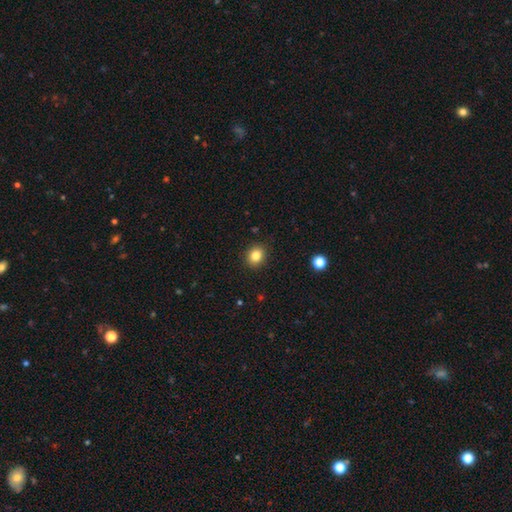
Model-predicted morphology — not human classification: Overall: smooth (83%). How rounded: round (66%; in between 34%). Merging: none (90%).